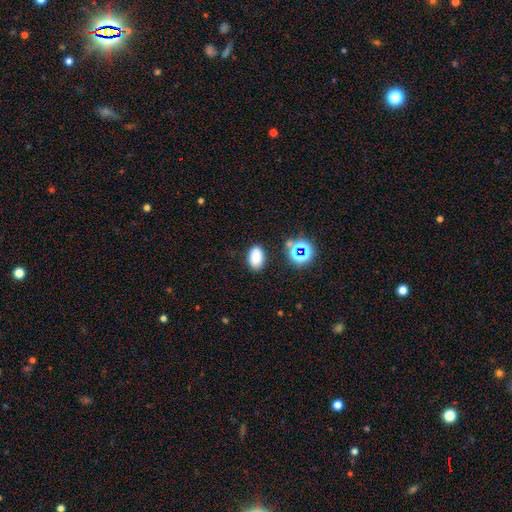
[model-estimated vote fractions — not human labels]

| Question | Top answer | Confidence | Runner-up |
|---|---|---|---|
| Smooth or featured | smooth | 80% | star or artifact (14%) |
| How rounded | in between | 89% | round (10%) |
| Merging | none | 84% | minor disturbance (11%) |